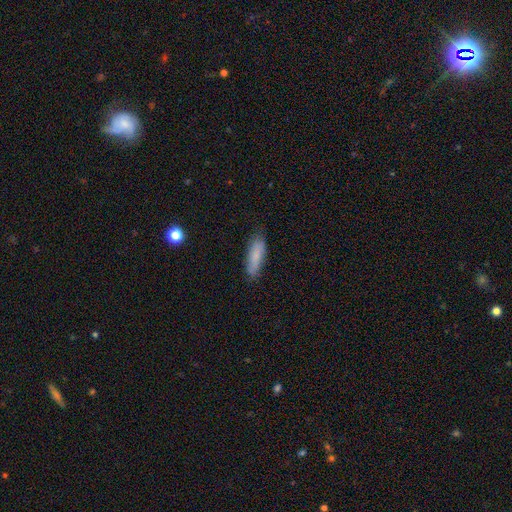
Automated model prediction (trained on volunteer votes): This is likely a smooth galaxy (79%). How rounded: possibly cigar-shaped (54%). Merging: likely none (79%).